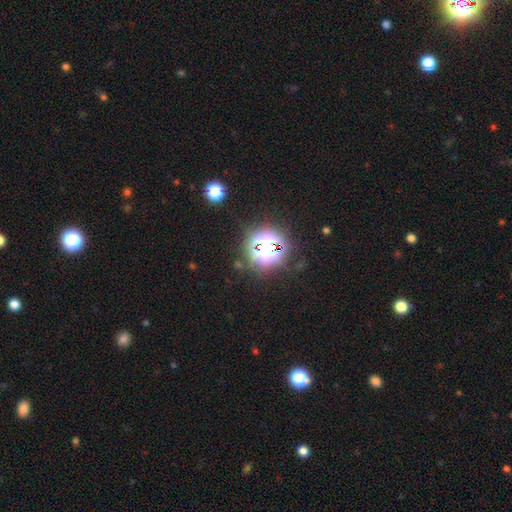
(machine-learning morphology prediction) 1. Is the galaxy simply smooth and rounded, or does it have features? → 82% star or artifact, 11% smooth, 6% featured or disk.